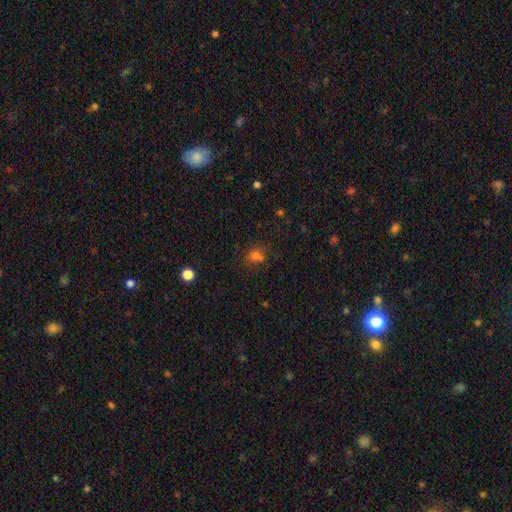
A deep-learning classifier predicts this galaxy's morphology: Smooth or featured: smooth — 68% (star or artifact — 24%)
How rounded: in between — 59% (round — 38%)
Merging: none — 64% (minor disturbance — 20%)